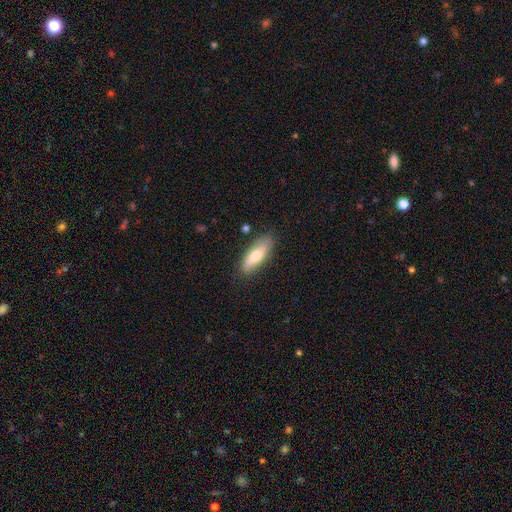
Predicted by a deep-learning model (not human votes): This appears to be a smooth galaxy with no disk features (65%) that is in between round and cigar-shaped (61%). Merging: none (80%).